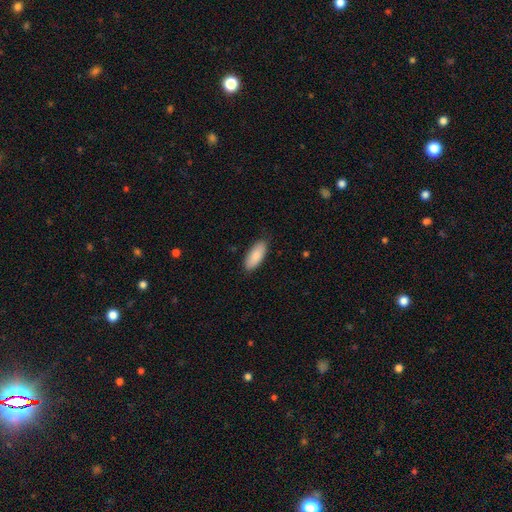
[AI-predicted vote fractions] Smooth or featured? Predicted: smooth (p=0.88). How rounded? Predicted: in between (p=0.85). Merging? Predicted: none (p=0.86).